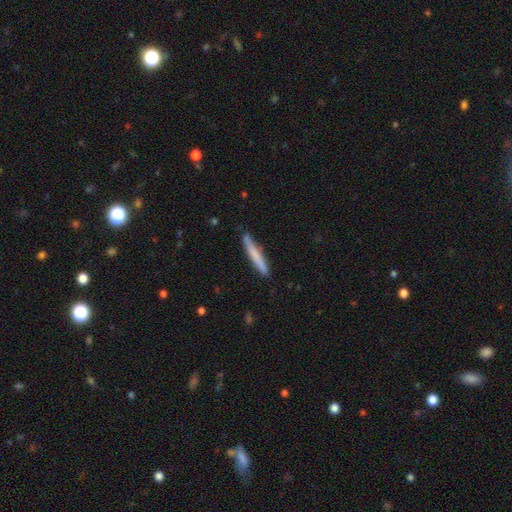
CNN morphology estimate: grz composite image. It shows a smooth galaxy with no disk features (70%) that is cigar-shaped (95%). Merging: none (86%).